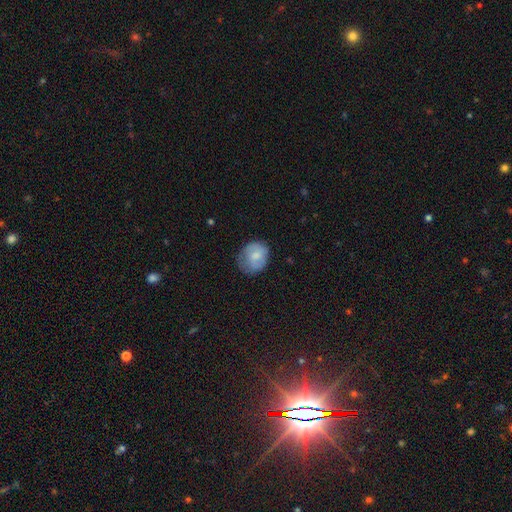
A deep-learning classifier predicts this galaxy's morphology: This appears to be a smooth galaxy with no disk features (73%) that is round (62%). Merging: none (57%).